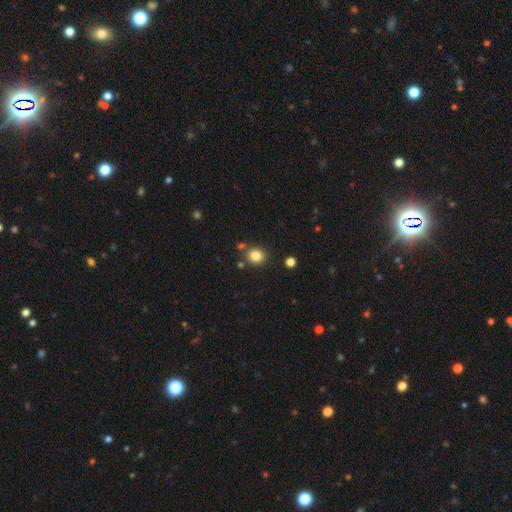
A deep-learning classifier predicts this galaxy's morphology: smooth-or-featured: smooth: 83% | star or artifact: 12% | featured or disk: 5%
  how-rounded: round: 78% | in between: 21% | cigar-shaped: 1%
  merging: none: 81% | minor disturbance: 9% | merger: 7% | major disturbance: 3%